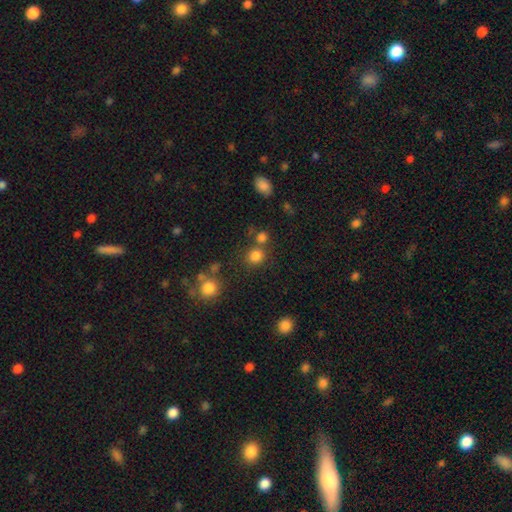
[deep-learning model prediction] Smooth or featured? smooth (80%)
How rounded? round (86%)
Merging? none (70%)